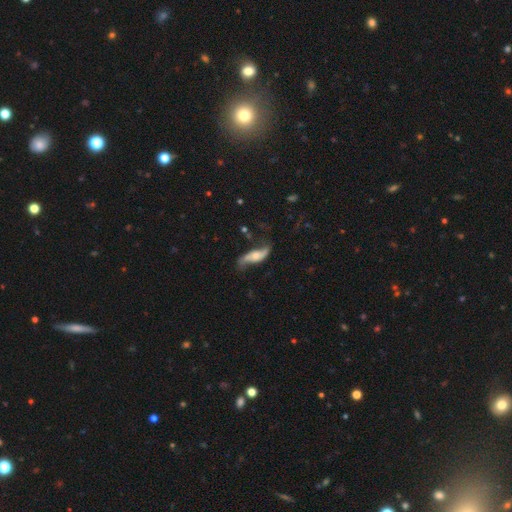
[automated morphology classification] Overall: featured or disk (70%). Edge-on disk: no (82%). Bar: no (61%; weak 27%). Spiral arms: yes (89%). Spiral arm count: 2 (90%). Spiral winding: loose (82%). Bulge size: moderate (44%; small 39%). Merging: none (59%; minor disturbance 23%).